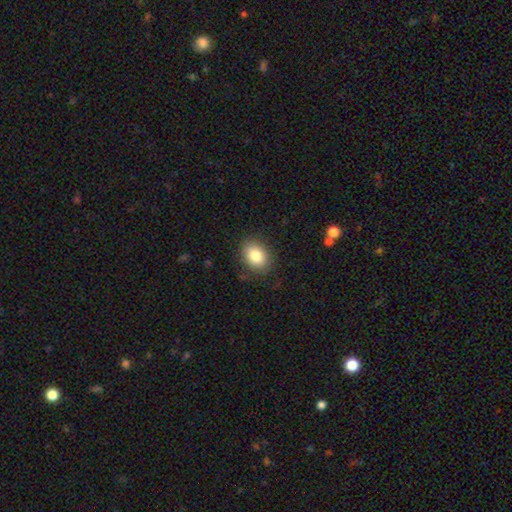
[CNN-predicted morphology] smooth-or-featured: smooth: 84% | star or artifact: 8% | featured or disk: 8%
  how-rounded: in between: 65% | round: 34% | cigar-shaped: 1%
  merging: none: 85% | minor disturbance: 11% | major disturbance: 3% | merger: 1%